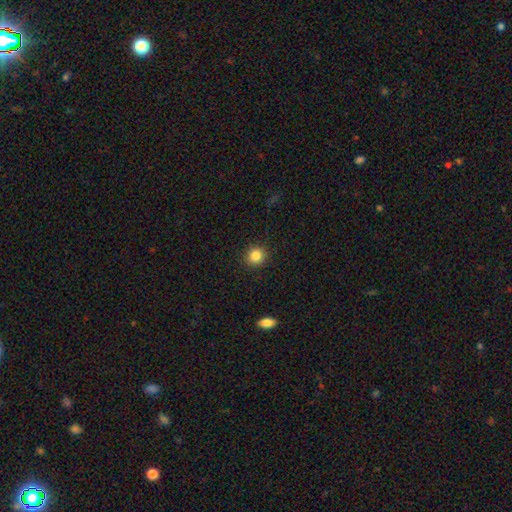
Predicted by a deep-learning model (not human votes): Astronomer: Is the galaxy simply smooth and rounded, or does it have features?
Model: smooth — 84%.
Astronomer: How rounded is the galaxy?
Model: round — 89%.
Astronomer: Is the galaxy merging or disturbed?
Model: none — 92%.